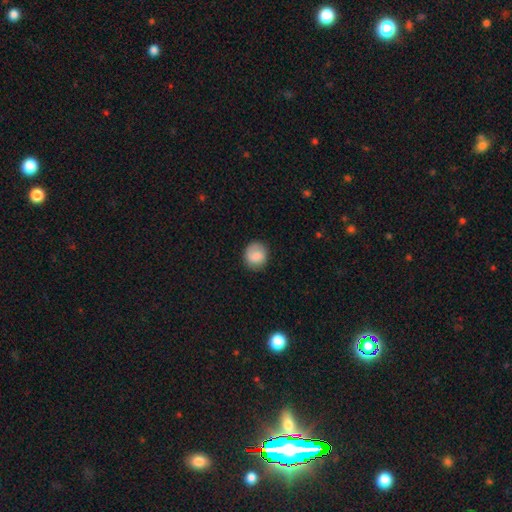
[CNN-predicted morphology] Smooth or featured?
  - smooth: 81% *
  - featured or disk: 12%
  - star or artifact: 7%
How rounded?
  - round: 84% *
  - in between: 15%
  - cigar-shaped: 1%
Merging?
  - none: 80% *
  - minor disturbance: 14%
  - major disturbance: 4%
  - merger: 1%